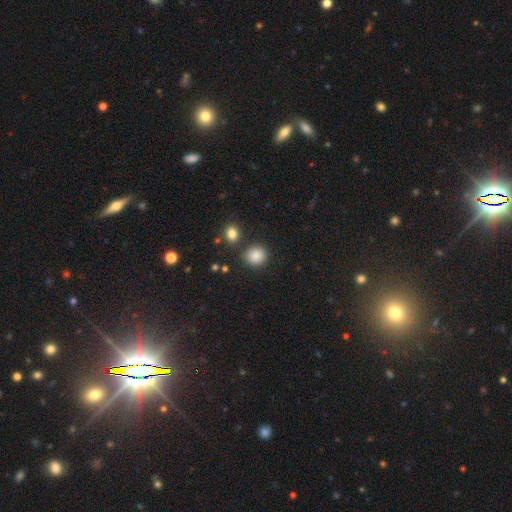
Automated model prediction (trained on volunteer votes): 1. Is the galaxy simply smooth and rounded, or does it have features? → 86% smooth, 9% star or artifact, 4% featured or disk.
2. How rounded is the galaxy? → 85% round, 14% in between, 1% cigar-shaped.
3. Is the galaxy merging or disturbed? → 84% none, 8% minor disturbance, 6% merger, 3% major disturbance.